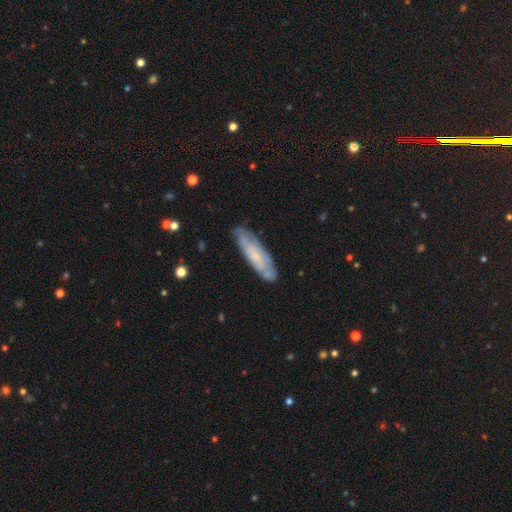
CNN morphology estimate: This is possibly a featured or disk galaxy (50%). Merging: likely none (76%).